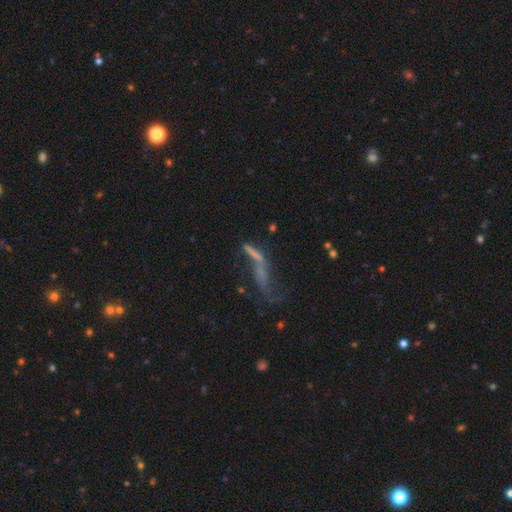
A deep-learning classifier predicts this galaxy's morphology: This appears to be a smooth galaxy with no disk features (41%, tied with featured or disk). Merging: major disturbance (34%).